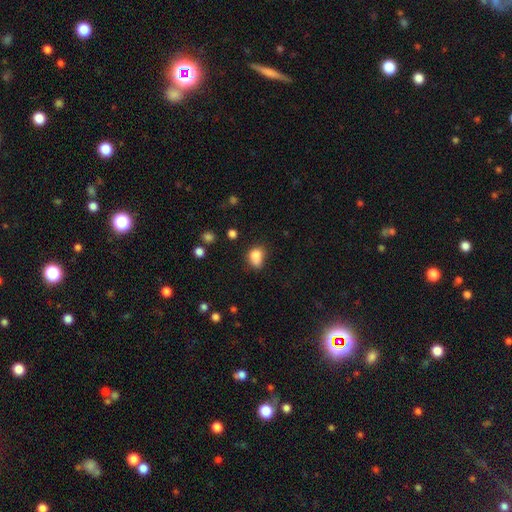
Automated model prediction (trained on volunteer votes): Overall: smooth (81%). How rounded: in between (62%; round 37%). Merging: none (43%; minor disturbance 32%).